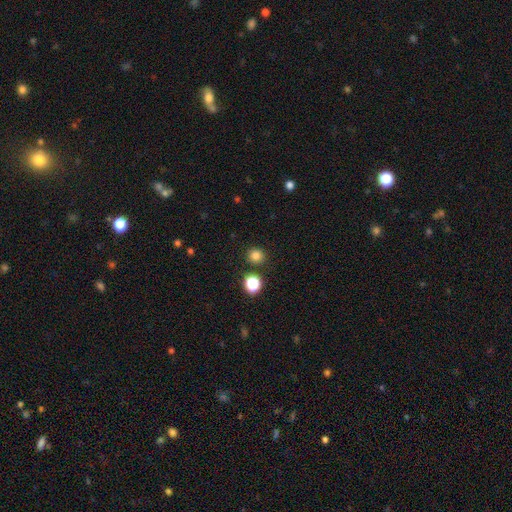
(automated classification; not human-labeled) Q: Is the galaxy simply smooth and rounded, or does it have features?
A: smooth — 80%.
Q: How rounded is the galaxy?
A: round — 92%.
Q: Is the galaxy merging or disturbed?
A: none — 88%.